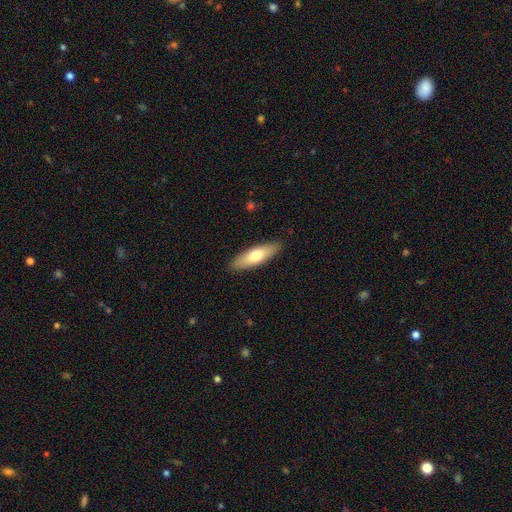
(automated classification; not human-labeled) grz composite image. It shows a smooth galaxy with no disk features (68%) that is in between round and cigar-shaped (49%, tied with cigar-shaped). Merging: none (89%).